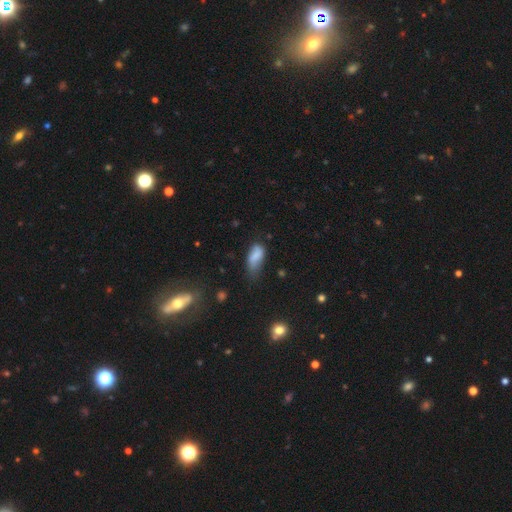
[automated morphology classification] smooth_or_featured: smooth (p=0.79) [alt: featured or disk p=0.12]
how_rounded: in between (p=0.88) [alt: cigar-shaped p=0.08]
merging: minor disturbance (p=0.43) [alt: none p=0.34]